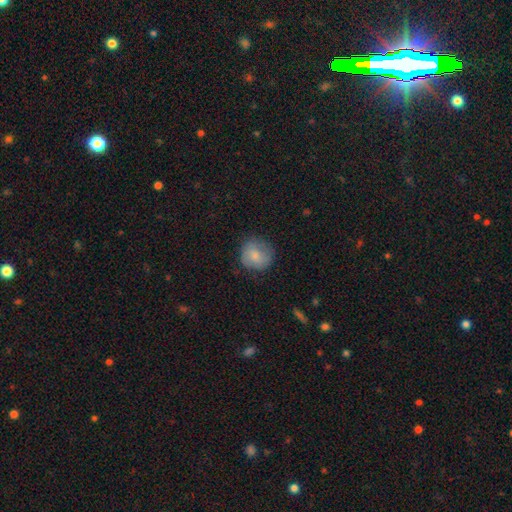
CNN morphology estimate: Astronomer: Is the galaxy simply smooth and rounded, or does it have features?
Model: smooth — 79%.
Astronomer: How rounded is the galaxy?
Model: round — 87%.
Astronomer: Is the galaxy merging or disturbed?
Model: none — 72%.